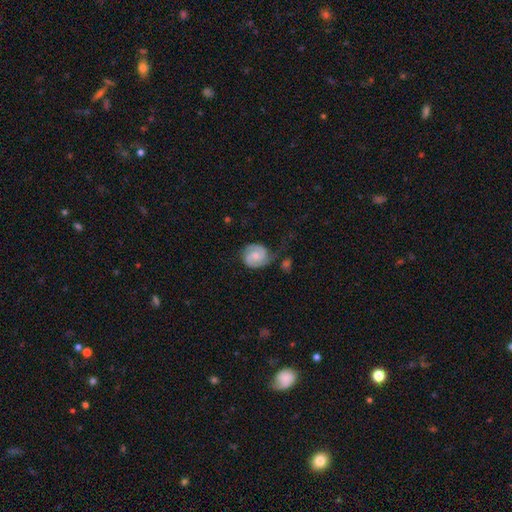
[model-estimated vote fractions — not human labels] Smooth or featured: featured or disk — 74% (smooth — 20%)
Edge-on disk: no — 98% (yes — 2%)
Bar: no — 56% (weak — 37%)
Spiral arms: yes — 95% (no — 5%)
Spiral winding: tight — 45% (medium — 42%)
Spiral arm count: 2 — 86% (can't tell — 6%)
Bulge size: moderate — 46% (small — 45%)
Merging: none — 56% (minor disturbance — 24%)